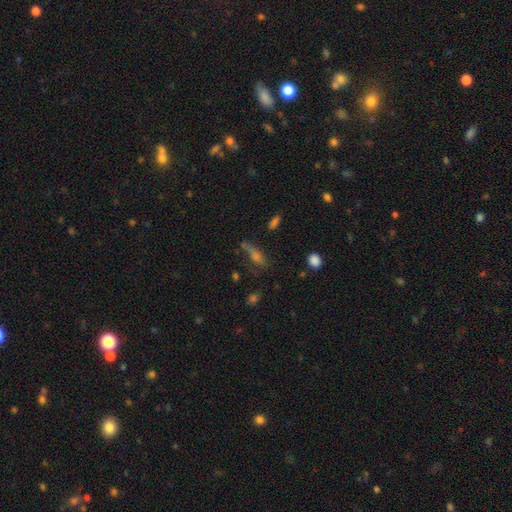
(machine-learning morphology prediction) The model was most divided on "smooth or featured": smooth: 43%, featured or disk: 33%, star or artifact: 24%. More confident: merging — none (52%).